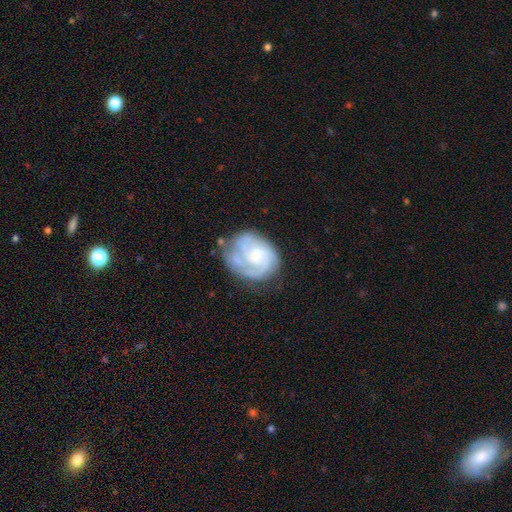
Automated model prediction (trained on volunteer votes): A featured or disk galaxy (75%) with no bar (75%), tight (60%) spiral arms (89%) and a small central bulge (71%). Merging: none (57%).